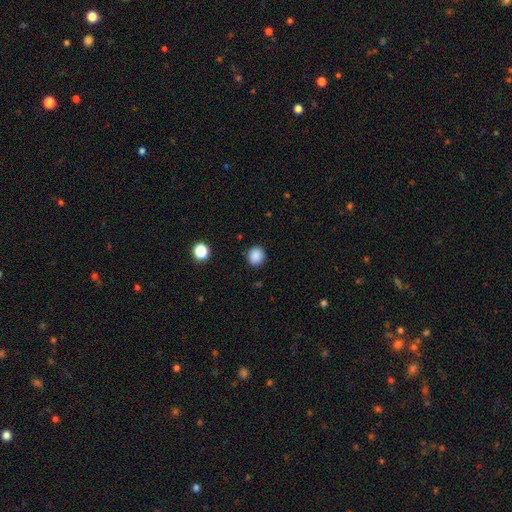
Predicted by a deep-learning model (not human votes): smooth 87%, star or artifact 10%, featured or disk 3%. Down the decision tree: how rounded — round (85%); merging — none (89%).